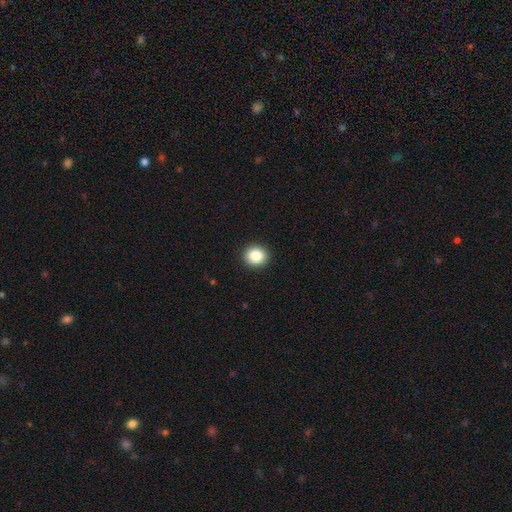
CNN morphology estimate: smooth-or-featured: smooth: 85% | star or artifact: 10% | featured or disk: 6%
  how-rounded: round: 85% | in between: 14% | cigar-shaped: 1%
  merging: none: 92% | minor disturbance: 5% | major disturbance: 2% | merger: 1%